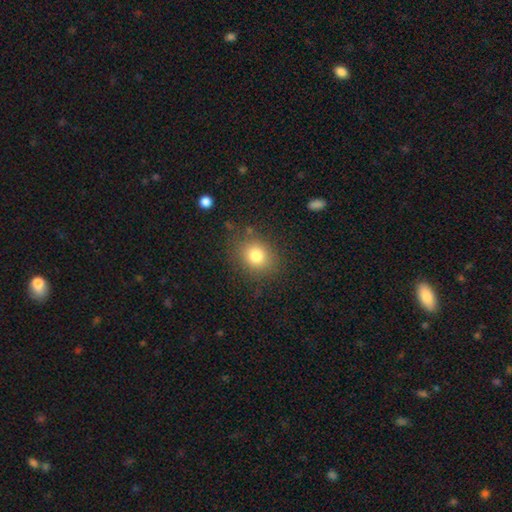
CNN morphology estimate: Smooth or featured?
  - smooth: 79% *
  - star or artifact: 12%
  - featured or disk: 9%
How rounded?
  - round: 70% *
  - in between: 30%
  - cigar-shaped: 1%
Merging?
  - none: 83% *
  - minor disturbance: 11%
  - major disturbance: 4%
  - merger: 2%